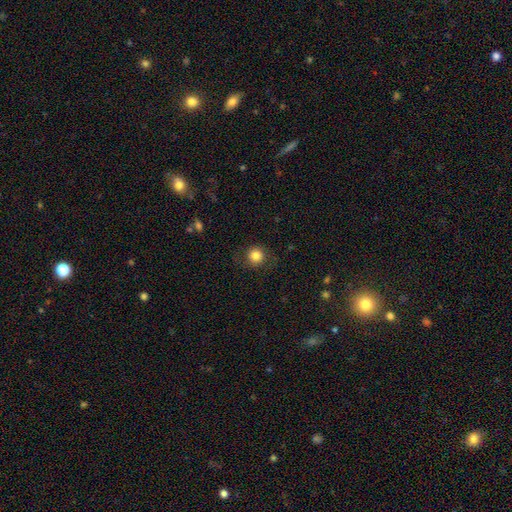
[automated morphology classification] Smooth or featured? Predicted: smooth (p=0.82). How rounded? Predicted: round (p=0.92). Merging? Predicted: none (p=0.83).